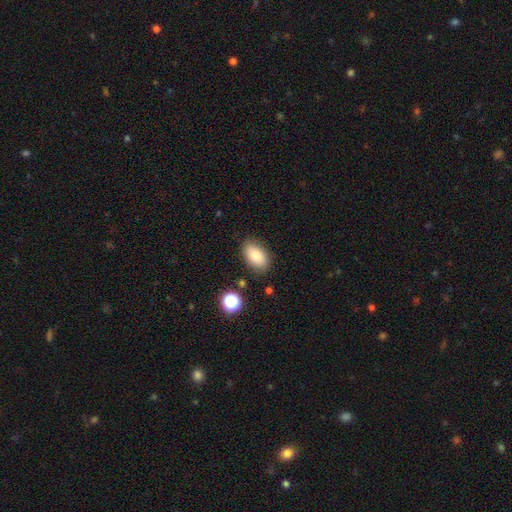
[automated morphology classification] smooth 84%, star or artifact 8%, featured or disk 8%. Down the decision tree: how rounded — in between (92%); merging — none (83%).